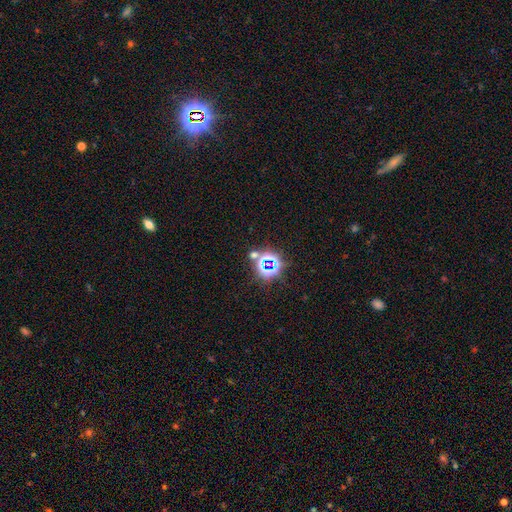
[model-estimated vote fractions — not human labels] This appears to be a star or artifact, not a galaxy (74%).